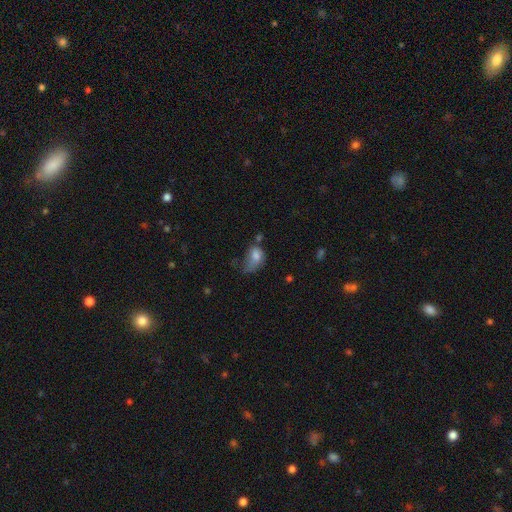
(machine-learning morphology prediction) type=smooth (69%); roundness=in between (82%); merging=major disturbance (43%).